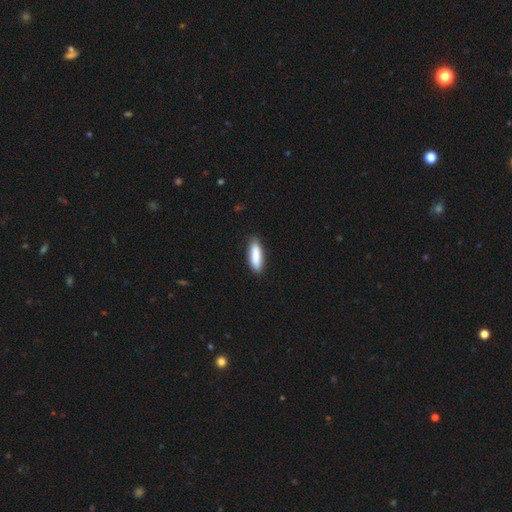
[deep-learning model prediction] smooth_or_featured: smooth (p=0.87) [alt: featured or disk p=0.08]
how_rounded: cigar-shaped (p=0.55) [alt: in between p=0.44]
merging: none (p=0.85) [alt: minor disturbance p=0.12]